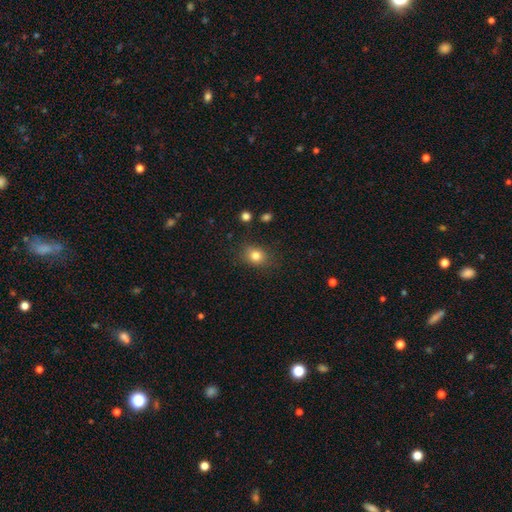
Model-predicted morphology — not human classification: A smooth galaxy with no disk features (82%) that is round (57%). Merging: none (82%).